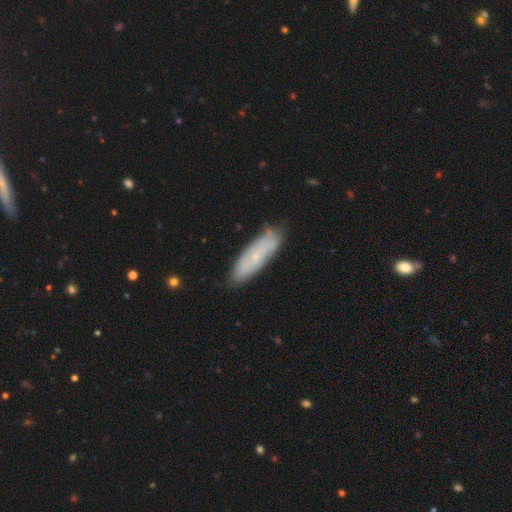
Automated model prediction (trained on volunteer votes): smooth_or_featured: smooth (p=0.53) [alt: featured or disk p=0.40]
how_rounded: cigar-shaped (p=0.56) [alt: in between p=0.42]
merging: none (p=0.81) [alt: minor disturbance p=0.15]